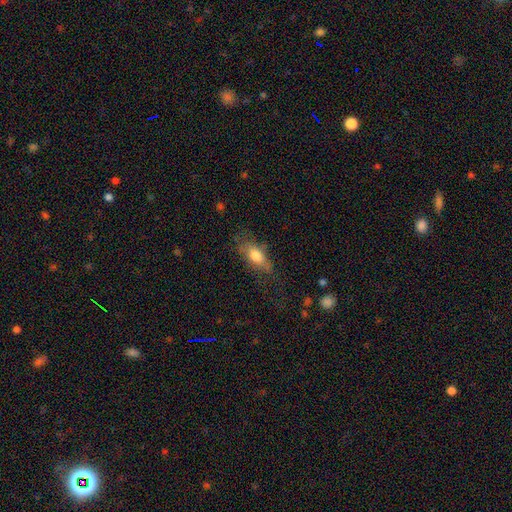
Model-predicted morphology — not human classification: smooth 71%, featured or disk 21%, star or artifact 8%. Down the decision tree: how rounded — in between (78%); merging — none (60%).